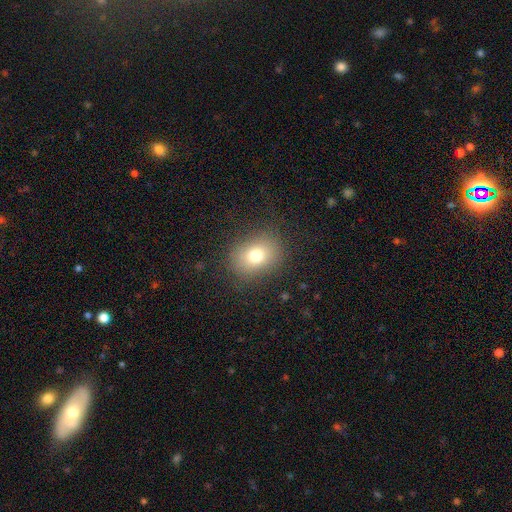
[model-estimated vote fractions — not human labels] Morphology: type=smooth (75%); roundness=in between (50%); merging=none (83%).